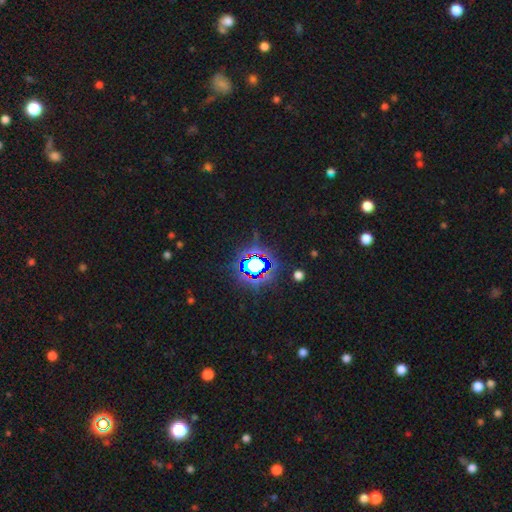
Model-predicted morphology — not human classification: star or artifact 74%, smooth 15%, featured or disk 11%.